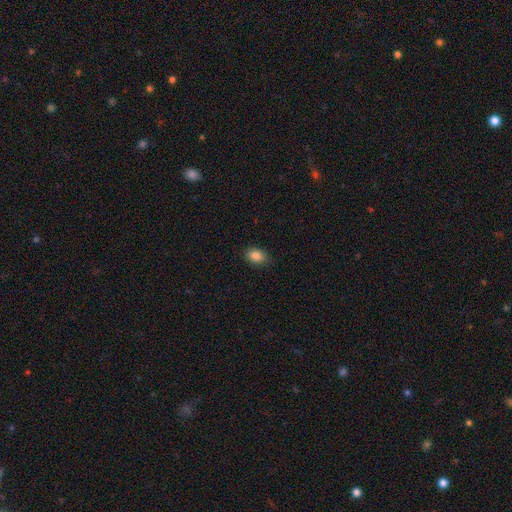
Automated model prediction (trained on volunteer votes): smooth 86%, star or artifact 9%, featured or disk 4%. Down the decision tree: how rounded — in between (80%); merging — none (85%).